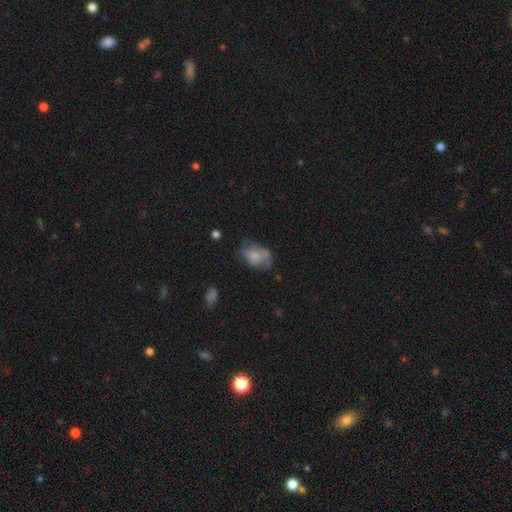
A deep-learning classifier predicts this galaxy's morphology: This is likely a smooth galaxy (63%). How rounded: clearly in between (81%). Merging: marginally none (41%).